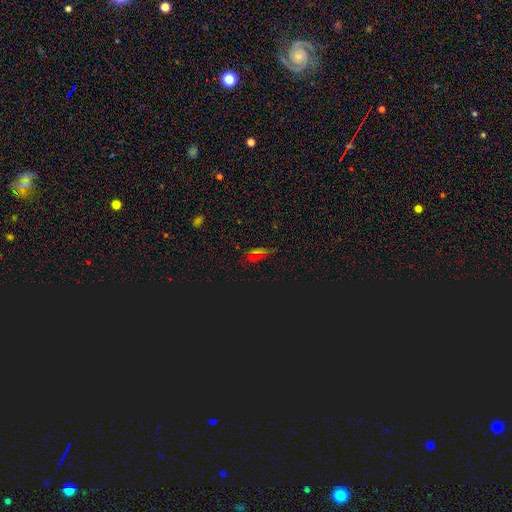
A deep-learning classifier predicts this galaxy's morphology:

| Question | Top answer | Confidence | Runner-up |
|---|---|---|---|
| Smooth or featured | star or artifact | 57% | smooth (33%) |